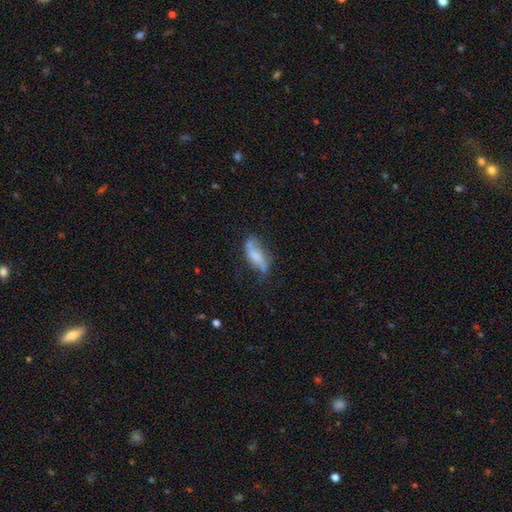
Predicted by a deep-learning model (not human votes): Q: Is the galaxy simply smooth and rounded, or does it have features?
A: featured or disk — 51%.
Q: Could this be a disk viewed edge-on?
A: no — 81%.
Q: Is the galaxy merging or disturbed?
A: none — 47%.